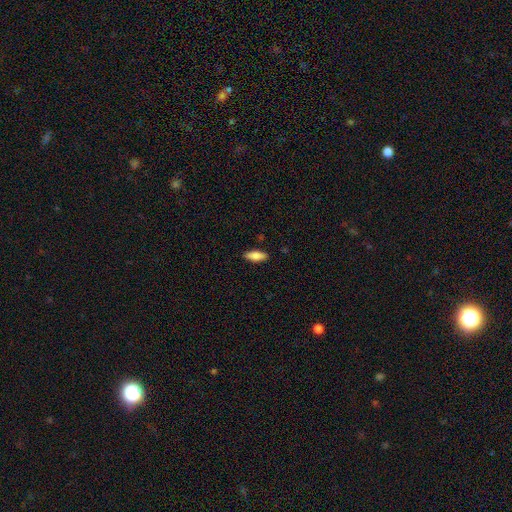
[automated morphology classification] Smooth or featured? smooth (79%)
How rounded? in between (68%)
Merging? none (88%)